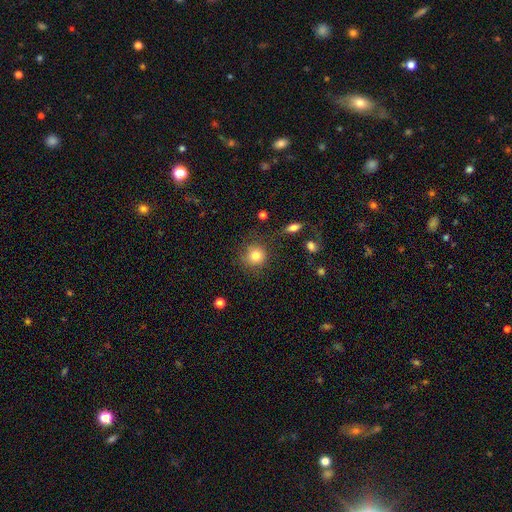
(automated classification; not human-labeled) smooth_or_featured: smooth (p=0.82) [alt: star or artifact p=0.11]
how_rounded: round (p=0.90) [alt: in between p=0.09]
merging: none (p=0.79) [alt: minor disturbance p=0.14]